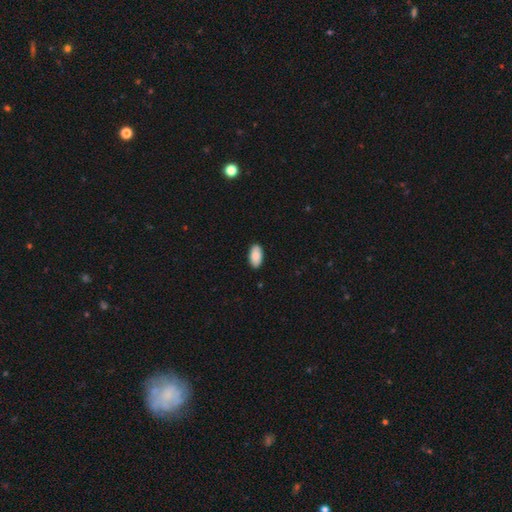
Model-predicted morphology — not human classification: Smooth or featured? Predicted: smooth (p=0.89). How rounded? Predicted: in between (p=0.95). Merging? Predicted: none (p=0.89).